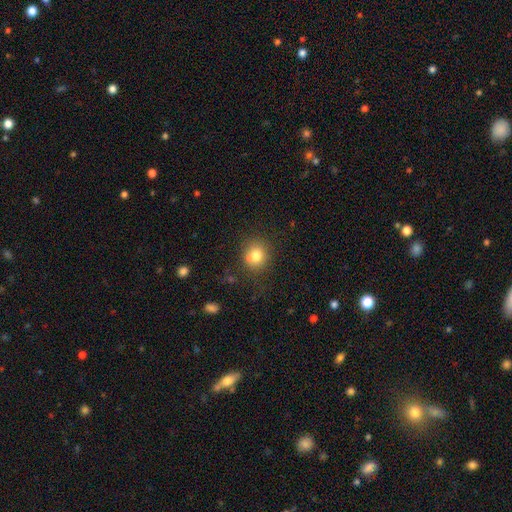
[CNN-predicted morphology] Smooth or featured? Predicted: smooth (p=0.75). How rounded? Predicted: round (p=0.83). Merging? Predicted: none (p=0.65).